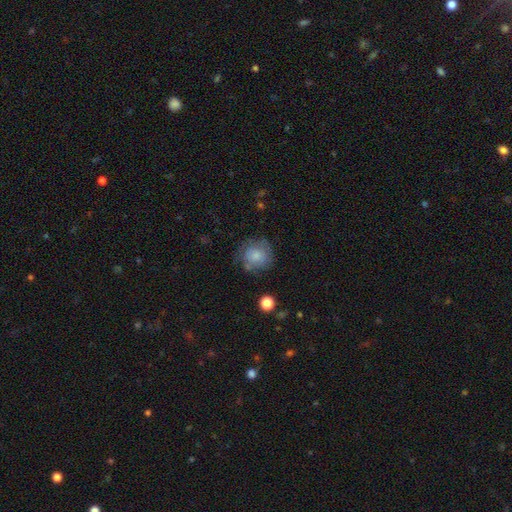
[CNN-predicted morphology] smooth_or_featured: smooth (p=0.72) [alt: featured or disk p=0.20]
how_rounded: round (p=0.87) [alt: in between p=0.12]
merging: none (p=0.62) [alt: minor disturbance p=0.24]